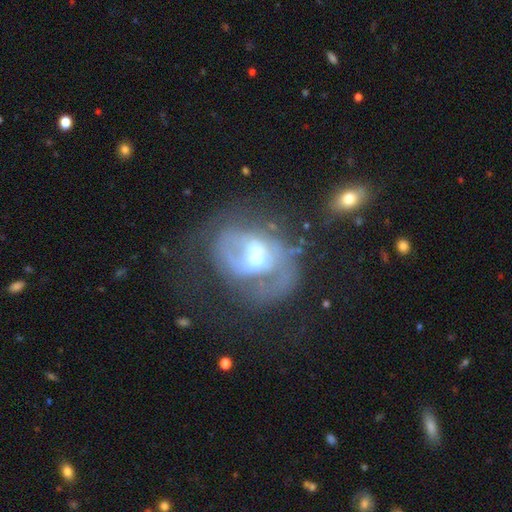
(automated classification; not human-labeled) A featured or disk galaxy (78%) with a weak bar (48%), 2 (50%) medium (45%) spiral arms (81%) and a moderate central bulge (45%). Merging: none (41%).